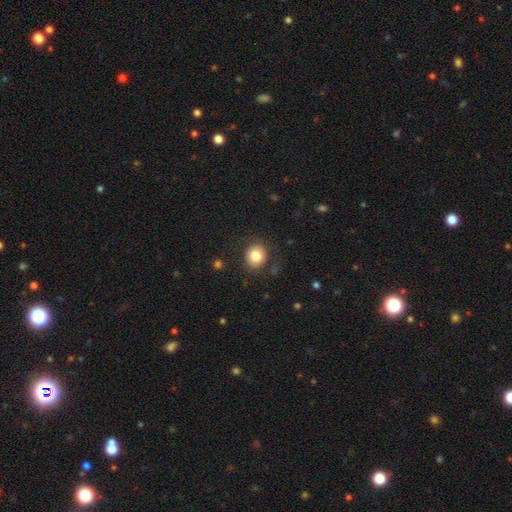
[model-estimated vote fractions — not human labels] Overall: smooth (83%). How rounded: round (79%). Merging: none (85%).